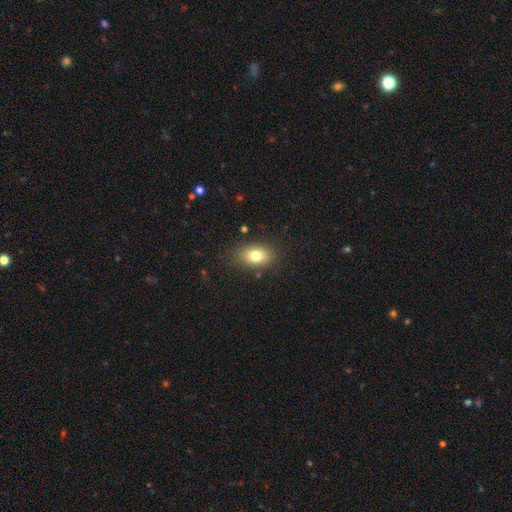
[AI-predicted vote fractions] A smooth galaxy with no disk features (78%) that is in between round and cigar-shaped (83%).

Vote fractions:
- Smooth or featured? smooth: 78% / featured or disk: 12% / star or artifact: 10%
- How rounded? in between: 83% / round: 16% / cigar-shaped: 2%
- Merging? none: 83% / minor disturbance: 12% / major disturbance: 3% / merger: 2%